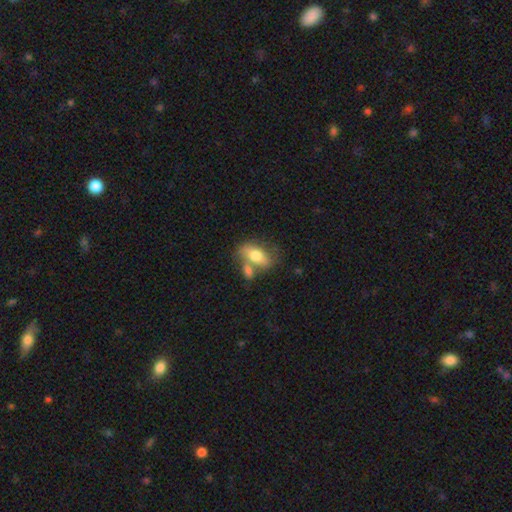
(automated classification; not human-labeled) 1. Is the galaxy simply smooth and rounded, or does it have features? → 65% smooth, 28% featured or disk, 7% star or artifact.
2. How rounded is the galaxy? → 85% in between, 8% round, 7% cigar-shaped.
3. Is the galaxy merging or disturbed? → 42% none, 35% merger, 15% minor disturbance, 8% major disturbance.